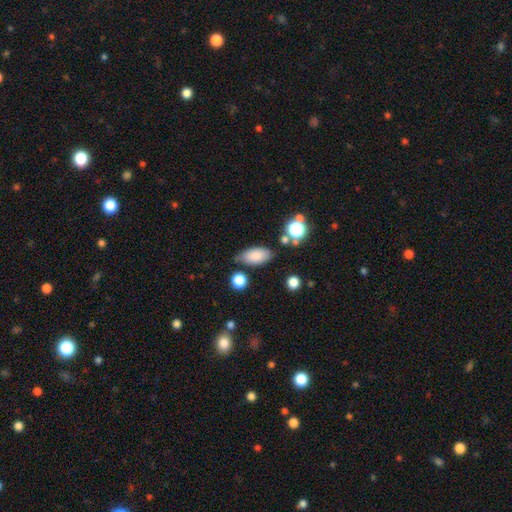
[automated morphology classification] smooth 81%, featured or disk 10%, star or artifact 9%. Down the decision tree: how rounded — in between (89%); merging — none (69%).